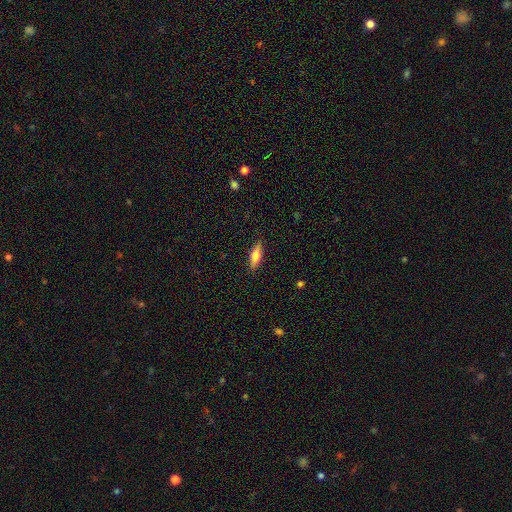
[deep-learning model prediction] Smooth or featured? Predicted: smooth (p=0.65). How rounded? Predicted: in between (p=0.54). Merging? Predicted: none (p=0.87).